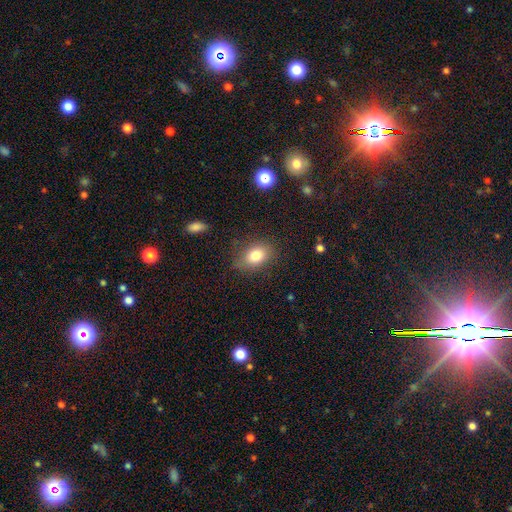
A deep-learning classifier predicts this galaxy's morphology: Q: Smooth or featured?
A: smooth (80%); runner-up: featured or disk (10%)
Q: How rounded?
A: in between (75%); runner-up: round (23%)
Q: Merging?
A: none (79%); runner-up: minor disturbance (15%)